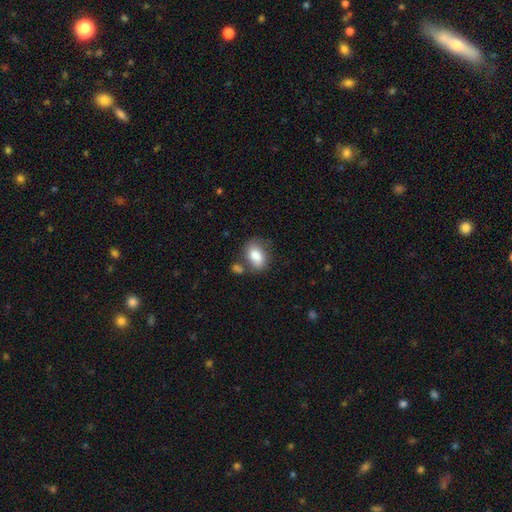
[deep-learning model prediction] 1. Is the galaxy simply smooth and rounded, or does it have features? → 82% smooth, 10% featured or disk, 7% star or artifact.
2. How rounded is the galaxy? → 82% in between, 17% round, 2% cigar-shaped.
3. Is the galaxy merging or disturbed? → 63% none, 19% minor disturbance, 13% merger, 6% major disturbance.